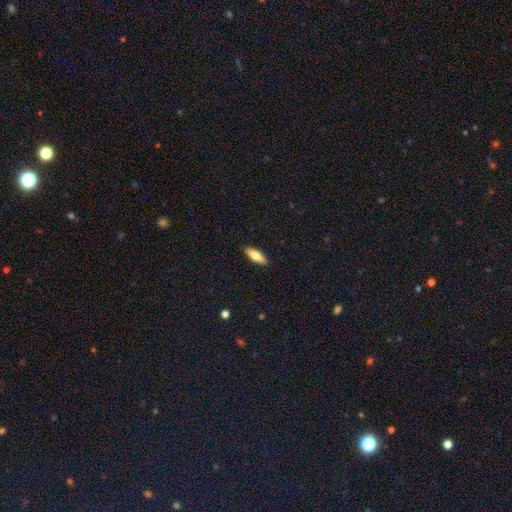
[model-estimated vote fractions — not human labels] This is likely a smooth galaxy (75%). How rounded: possibly in between (59%). Merging: clearly none (90%).